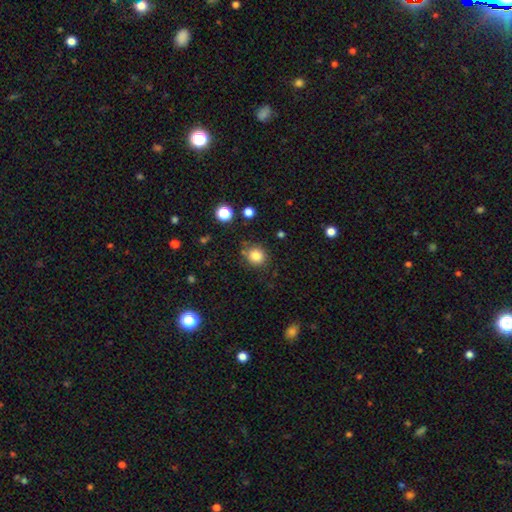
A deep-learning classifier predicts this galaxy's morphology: Q: Smooth or featured?
A: smooth (82%); runner-up: star or artifact (12%)
Q: How rounded?
A: round (88%); runner-up: in between (11%)
Q: Merging?
A: none (79%); runner-up: minor disturbance (12%)